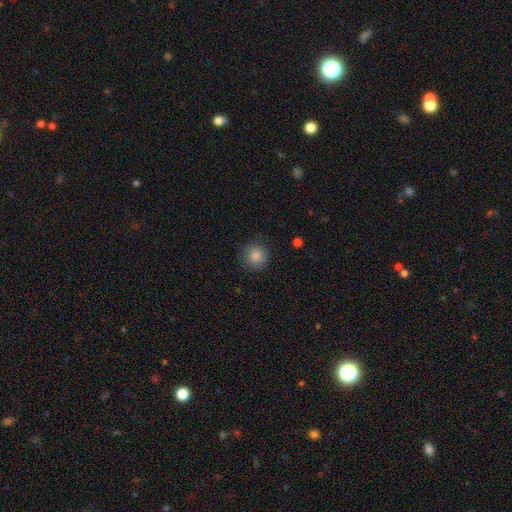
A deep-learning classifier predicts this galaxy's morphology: smooth_or_featured: smooth (p=0.86) [alt: star or artifact p=0.10]
how_rounded: round (p=0.93) [alt: in between p=0.06]
merging: none (p=0.88) [alt: minor disturbance p=0.08]